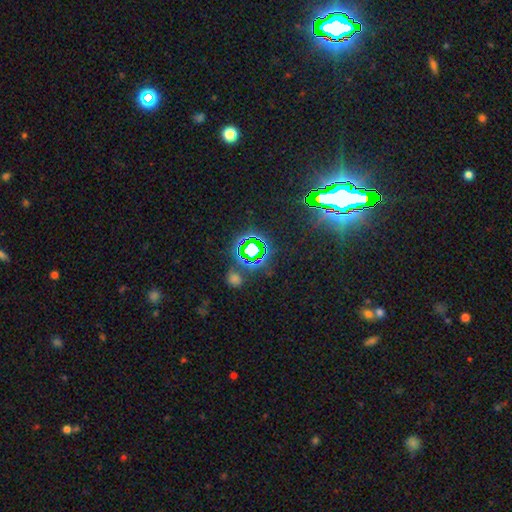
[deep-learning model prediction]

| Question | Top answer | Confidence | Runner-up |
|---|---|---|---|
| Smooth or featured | star or artifact | 78% | smooth (15%) |